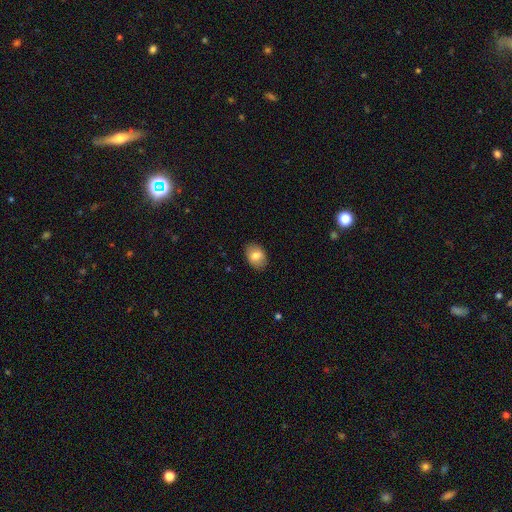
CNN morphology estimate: Smooth or featured: smooth — 77% (featured or disk — 15%)
How rounded: in between — 78% (round — 21%)
Merging: none — 86% (minor disturbance — 10%)